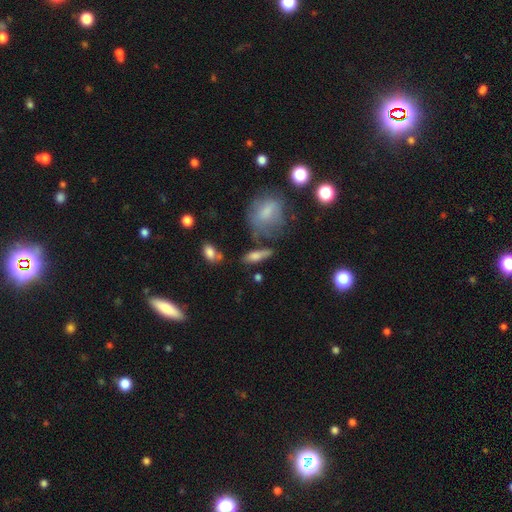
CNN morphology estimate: A smooth galaxy with no disk features (67%) that is in between round and cigar-shaped (50%). Merging: none (60%).